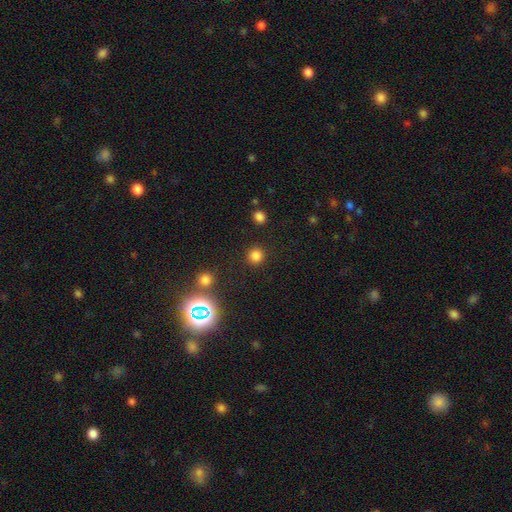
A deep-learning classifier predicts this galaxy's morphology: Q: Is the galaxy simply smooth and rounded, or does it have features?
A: smooth — 79%.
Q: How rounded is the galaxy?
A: round — 93%.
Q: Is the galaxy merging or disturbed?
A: none — 90%.